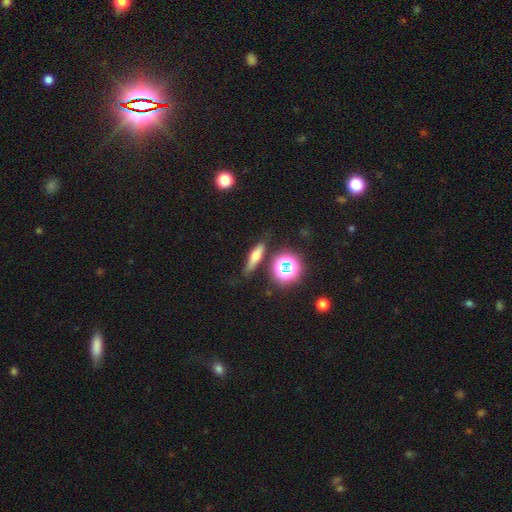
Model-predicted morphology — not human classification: A smooth galaxy with no disk features (50%) that is cigar-shaped (58%).

Vote fractions:
- Smooth or featured? smooth: 50% / featured or disk: 32% / star or artifact: 17%
- How rounded? cigar-shaped: 58% / in between: 29% / round: 13%
- Merging? none: 79% / minor disturbance: 13% / merger: 4% / major disturbance: 4%